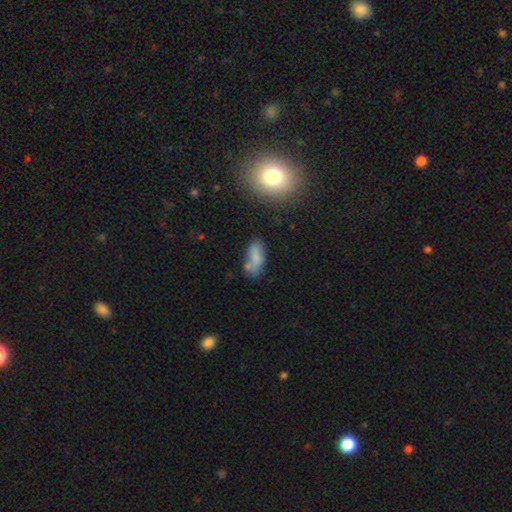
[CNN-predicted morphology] Smooth or featured?
  - smooth: 72% *
  - featured or disk: 17%
  - star or artifact: 11%
How rounded?
  - in between: 87% *
  - cigar-shaped: 10%
  - round: 3%
Merging?
  - none: 51% *
  - minor disturbance: 25%
  - merger: 14%
  - major disturbance: 10%